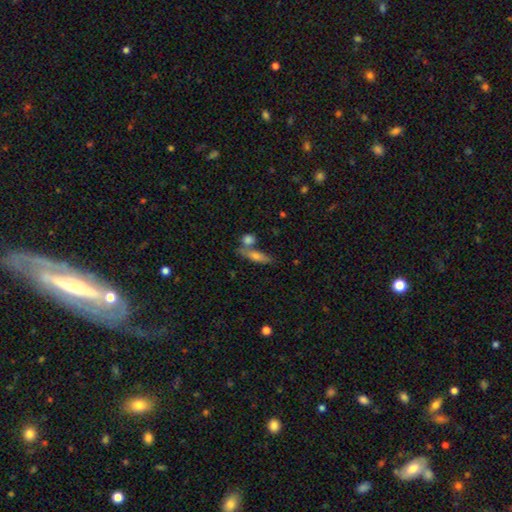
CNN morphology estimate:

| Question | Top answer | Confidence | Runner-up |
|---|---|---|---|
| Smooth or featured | smooth | 54% | featured or disk (36%) |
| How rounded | cigar-shaped | 64% | in between (30%) |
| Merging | none | 61% | merger (24%) |